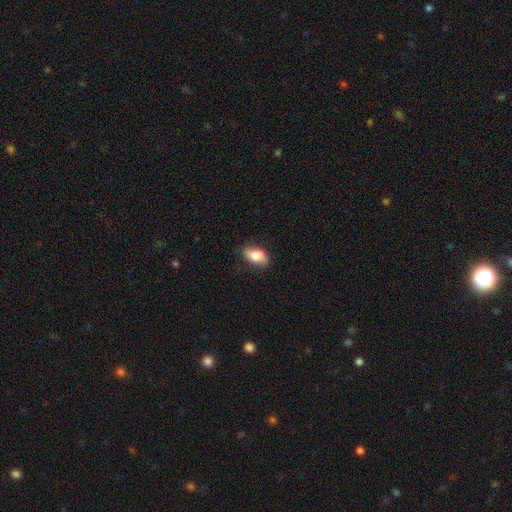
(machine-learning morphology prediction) Smooth or featured: smooth — 78% (featured or disk — 15%)
How rounded: in between — 90% (round — 6%)
Merging: none — 78% (minor disturbance — 17%)